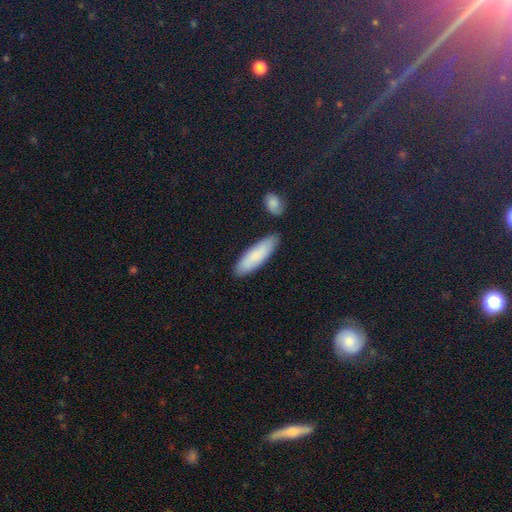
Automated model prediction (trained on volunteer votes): smooth 83%, featured or disk 11%, star or artifact 6%. Down the decision tree: how rounded — cigar-shaped (57%); merging — none (81%).